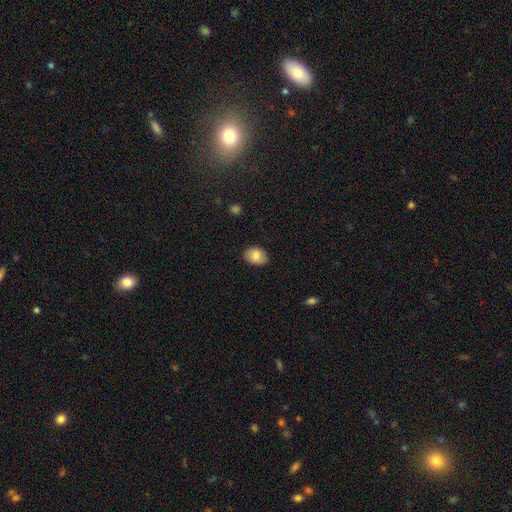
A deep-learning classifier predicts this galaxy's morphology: This is clearly a smooth galaxy (86%). How rounded: likely in between (71%). Merging: clearly none (86%).